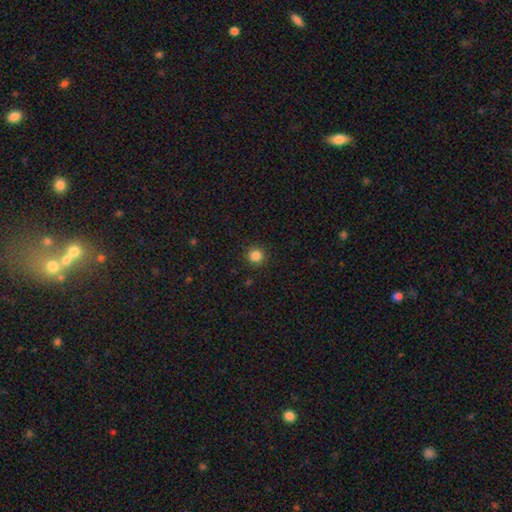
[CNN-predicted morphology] smooth_or_featured: smooth (p=0.85) [alt: star or artifact p=0.12]
how_rounded: round (p=0.94) [alt: in between p=0.05]
merging: none (p=0.91) [alt: minor disturbance p=0.06]